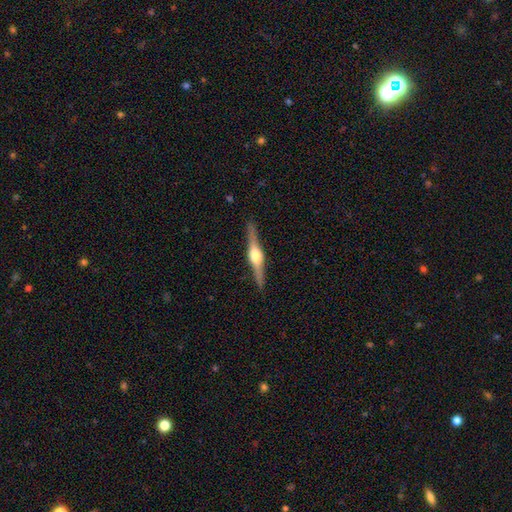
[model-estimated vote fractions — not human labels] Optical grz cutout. It shows a featured or disk galaxy (82%) viewed edge-on (98%) with a rounded central bulge (94%). Merging: none (91%).